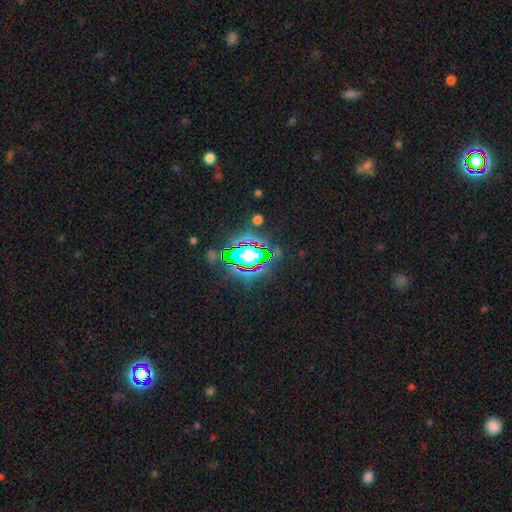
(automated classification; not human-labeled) Overall: star or artifact (80%).